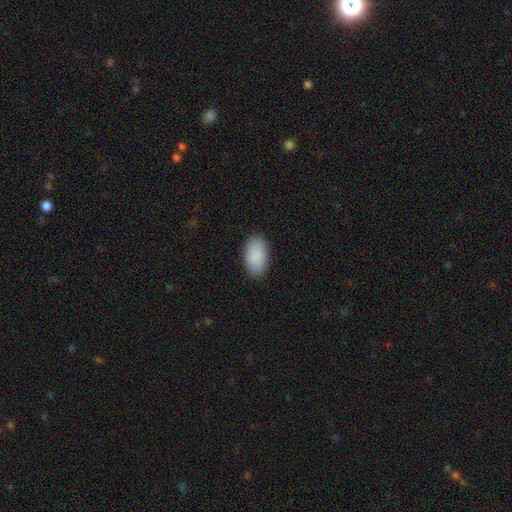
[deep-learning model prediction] smooth 90%, star or artifact 6%, featured or disk 4%. Down the decision tree: how rounded — in between (95%); merging — none (88%).